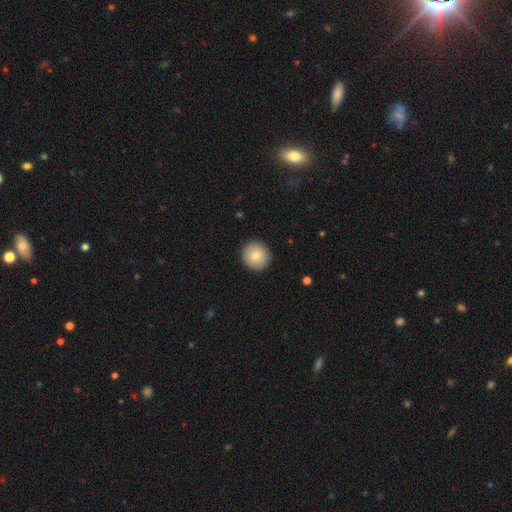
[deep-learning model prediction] smooth-or-featured: smooth: 78% | featured or disk: 14% | star or artifact: 8%
  how-rounded: round: 94% | in between: 5% | cigar-shaped: 1%
  merging: none: 92% | minor disturbance: 5% | major disturbance: 2% | merger: 1%